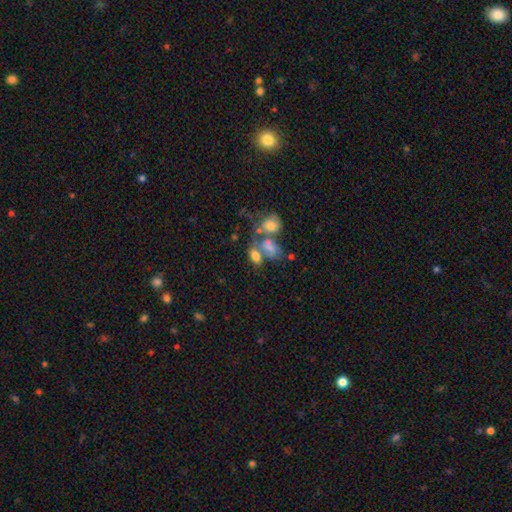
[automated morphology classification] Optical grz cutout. It shows a smooth galaxy with no disk features (68%) that is in between round and cigar-shaped (81%). Merging: merger (52%).